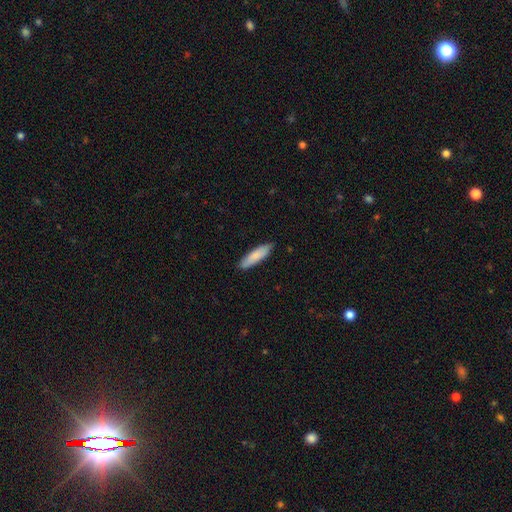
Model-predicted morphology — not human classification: A smooth galaxy with no disk features (83%) that is cigar-shaped (67%).

Vote fractions:
- Smooth or featured? smooth: 83% / featured or disk: 11% / star or artifact: 5%
- How rounded? cigar-shaped: 67% / in between: 32% / round: 1%
- Merging? none: 86% / minor disturbance: 11% / major disturbance: 2% / merger: 1%